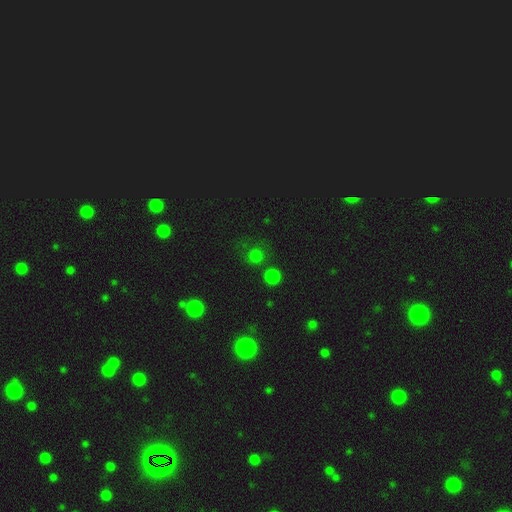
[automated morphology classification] smooth 71%, star or artifact 23%, featured or disk 5%. Down the decision tree: how rounded — round (91%); merging — none (76%).